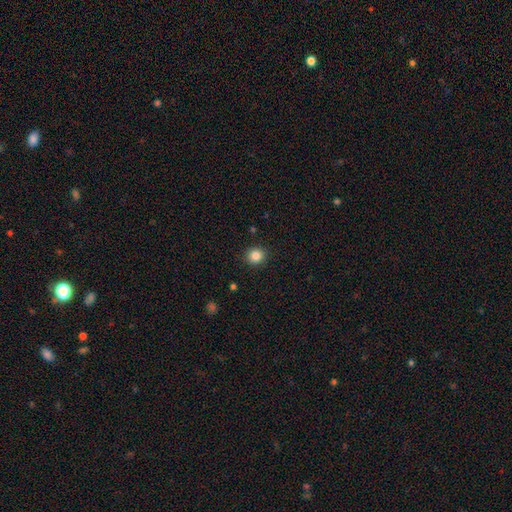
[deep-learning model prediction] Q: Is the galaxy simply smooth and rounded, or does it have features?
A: smooth — 85%.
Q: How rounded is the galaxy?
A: round — 87%.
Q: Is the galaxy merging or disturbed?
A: none — 91%.